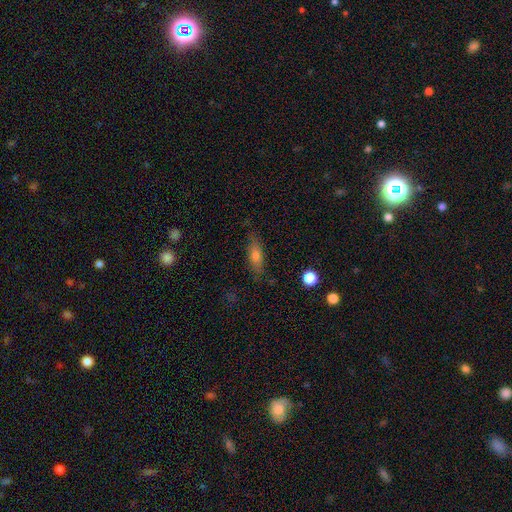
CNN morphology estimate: The model was most divided on "how rounded": in between: 56%, cigar-shaped: 40%, round: 4%. More confident: merging — none (80%); smooth or featured — smooth (66%).